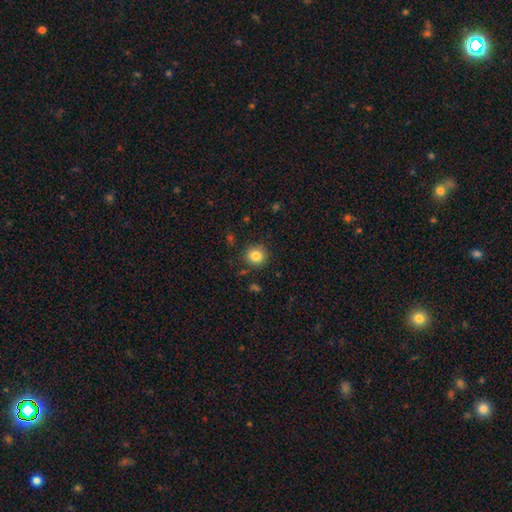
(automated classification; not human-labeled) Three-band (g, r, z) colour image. It shows a smooth galaxy with no disk features (84%) that is round (90%). Merging: none (87%).